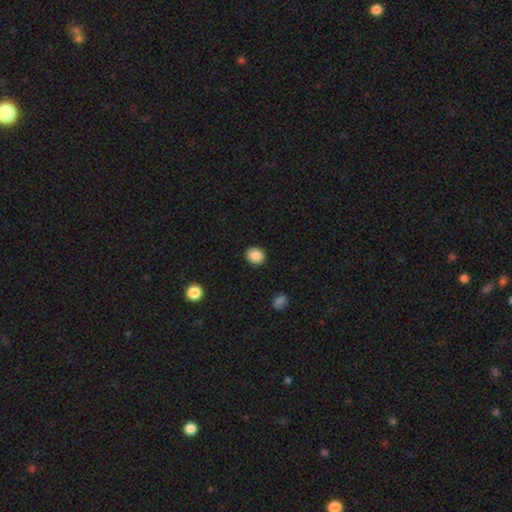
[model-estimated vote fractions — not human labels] Smooth or featured: smooth — 87% (star or artifact — 9%)
How rounded: round — 59% (in between — 40%)
Merging: none — 89% (minor disturbance — 7%)